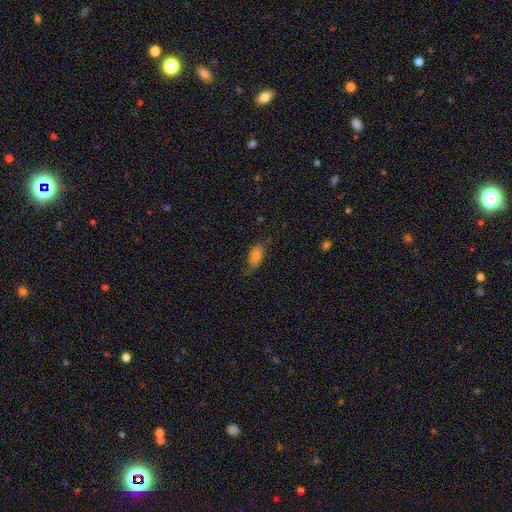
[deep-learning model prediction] Smooth or featured?
  - smooth: 68% *
  - featured or disk: 21%
  - star or artifact: 11%
How rounded?
  - in between: 84% *
  - cigar-shaped: 9%
  - round: 7%
Merging?
  - none: 57% *
  - minor disturbance: 29%
  - major disturbance: 13%
  - merger: 2%